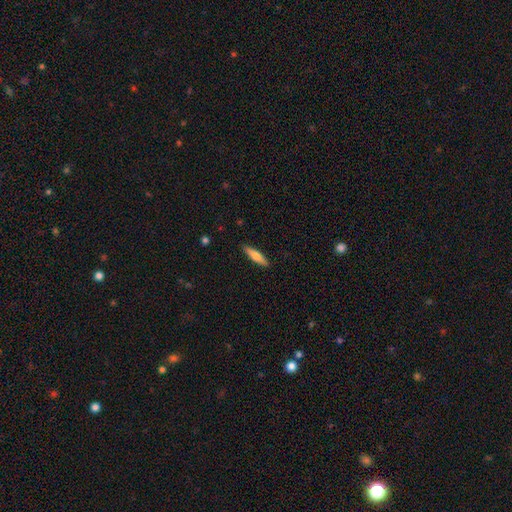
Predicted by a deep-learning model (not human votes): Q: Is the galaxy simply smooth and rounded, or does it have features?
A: smooth — 70%.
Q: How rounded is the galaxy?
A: cigar-shaped — 78%.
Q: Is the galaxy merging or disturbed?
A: none — 89%.